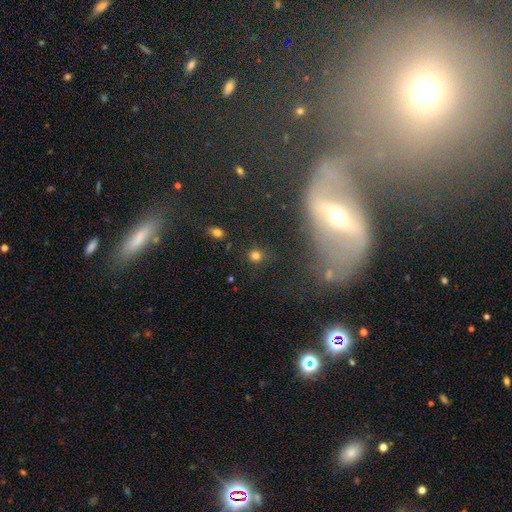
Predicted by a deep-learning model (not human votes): Smooth or featured: smooth — 78% (star or artifact — 16%)
How rounded: round — 87% (in between — 11%)
Merging: none — 83% (minor disturbance — 10%)